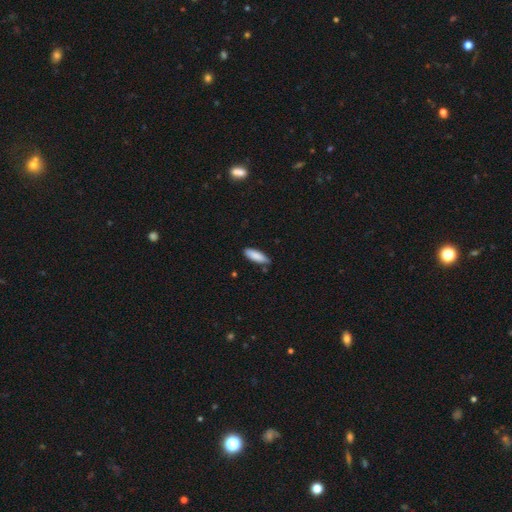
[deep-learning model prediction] A smooth galaxy with no disk features (87%) that is in between round and cigar-shaped (56%).

Vote fractions:
- Smooth or featured? smooth: 87% / featured or disk: 7% / star or artifact: 6%
- How rounded? in between: 56% / cigar-shaped: 43% / round: 2%
- Merging? none: 79% / minor disturbance: 17% / major disturbance: 2% / merger: 2%